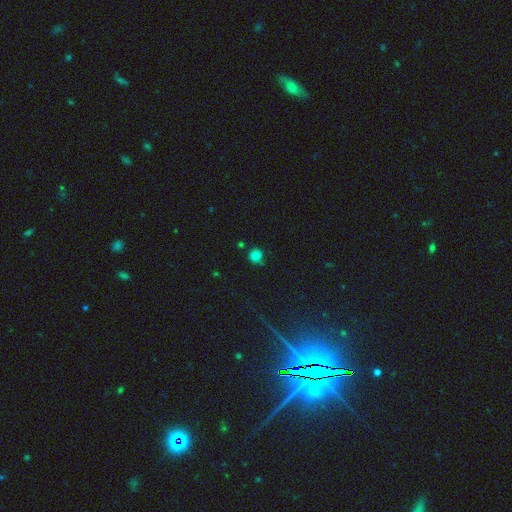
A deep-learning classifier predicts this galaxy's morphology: Q: Smooth or featured?
A: smooth (76%); runner-up: star or artifact (19%)
Q: How rounded?
A: round (89%); runner-up: in between (10%)
Q: Merging?
A: none (70%); runner-up: minor disturbance (20%)